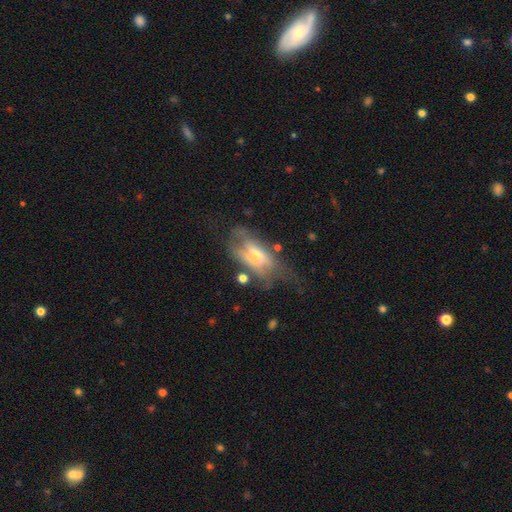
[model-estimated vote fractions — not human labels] This is possibly a featured or disk galaxy (58%). It is likely not viewed edge-on (77%). Merging: marginally none (34%).